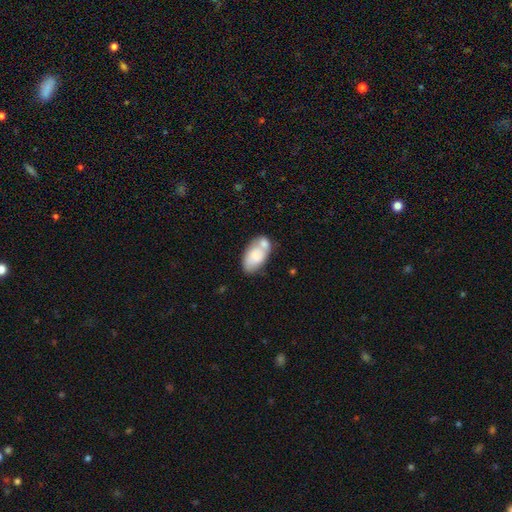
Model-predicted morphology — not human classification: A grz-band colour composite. It shows a smooth galaxy with no disk features (68%) that is in between round and cigar-shaped (93%). Merging: merger (45%).